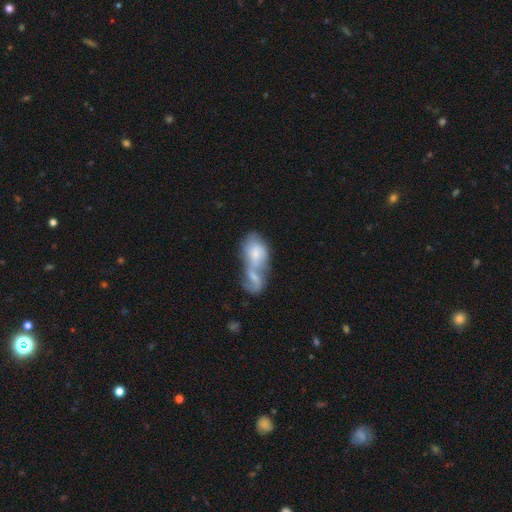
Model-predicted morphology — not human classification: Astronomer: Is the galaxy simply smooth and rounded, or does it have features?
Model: smooth — 53% (runner-up: featured or disk, 39%).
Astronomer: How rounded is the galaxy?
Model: in between — 81%.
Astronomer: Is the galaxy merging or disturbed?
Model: merger — 76%.